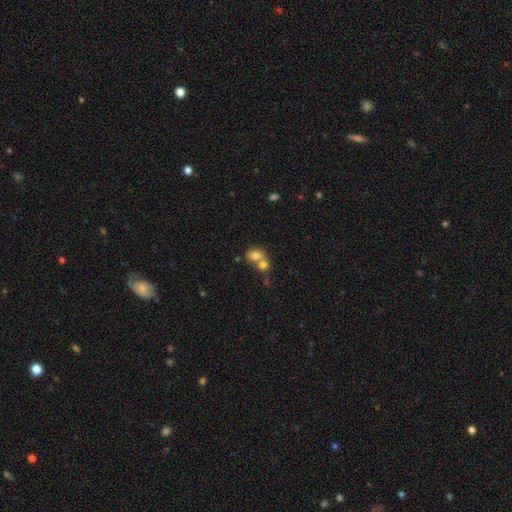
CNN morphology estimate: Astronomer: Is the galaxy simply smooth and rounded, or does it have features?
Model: smooth — 74%.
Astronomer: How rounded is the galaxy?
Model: in between — 51% (runner-up: round, 48%).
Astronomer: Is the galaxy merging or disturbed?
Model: merger — 66%.